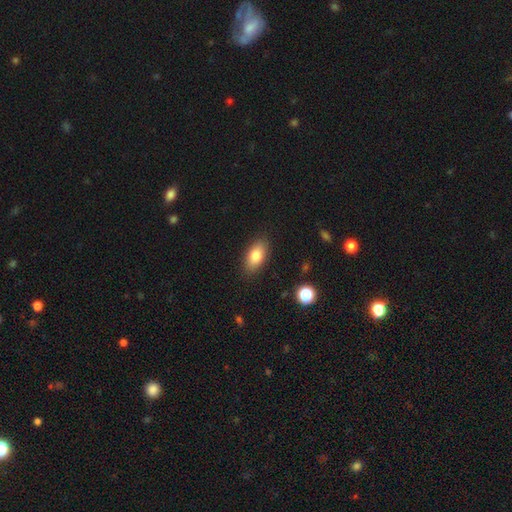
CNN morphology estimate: The model was most divided on "smooth or featured": smooth: 82%, featured or disk: 11%, star or artifact: 8%. More confident: how rounded — in between (90%); merging — none (87%).